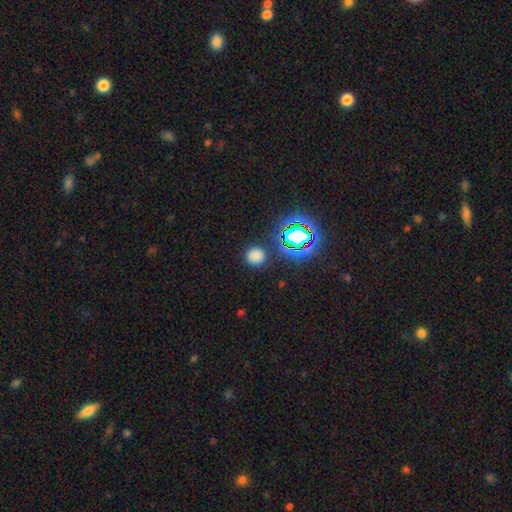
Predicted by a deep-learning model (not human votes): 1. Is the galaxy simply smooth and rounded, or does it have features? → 72% smooth, 23% star or artifact, 6% featured or disk.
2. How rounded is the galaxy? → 92% round, 7% in between, 1% cigar-shaped.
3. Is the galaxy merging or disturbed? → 87% none, 8% minor disturbance, 3% major disturbance, 2% merger.